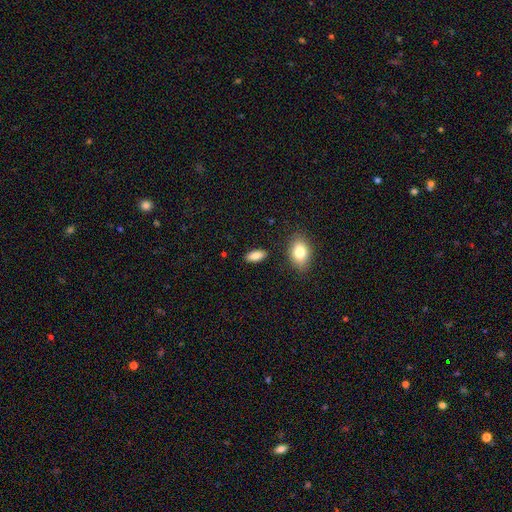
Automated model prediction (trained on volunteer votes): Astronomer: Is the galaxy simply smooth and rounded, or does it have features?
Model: smooth — 85%.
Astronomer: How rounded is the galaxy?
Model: in between — 88%.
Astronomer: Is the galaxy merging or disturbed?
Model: none — 86%.